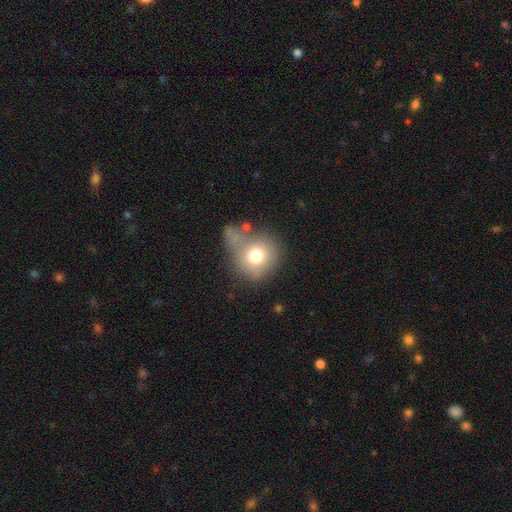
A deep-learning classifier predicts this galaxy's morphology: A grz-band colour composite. It shows a smooth galaxy with no disk features (73%) that is round (82%). Merging: none (42%).